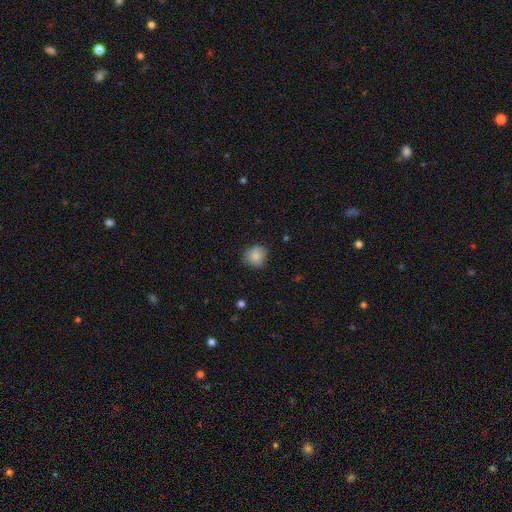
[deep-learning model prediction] Smooth or featured? smooth (82%)
How rounded? round (73%)
Merging? none (68%)